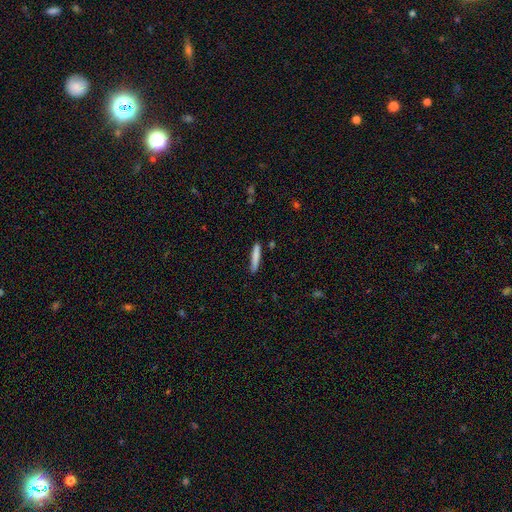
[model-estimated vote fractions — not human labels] smooth-or-featured: smooth: 81% | featured or disk: 13% | star or artifact: 6%
  how-rounded: cigar-shaped: 93% | in between: 6% | round: 1%
  merging: none: 87% | minor disturbance: 10% | major disturbance: 2% | merger: 2%